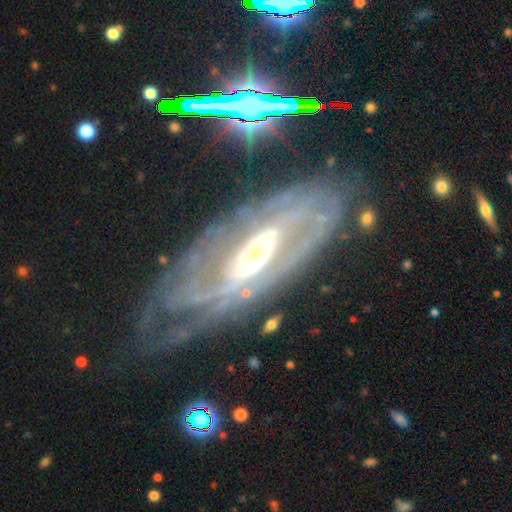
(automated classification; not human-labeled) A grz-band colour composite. It shows a featured or disk galaxy (84%) with no bar (40%), tight (61%) spiral arms (88%) and a moderate central bulge (41%). Merging: none (67%).